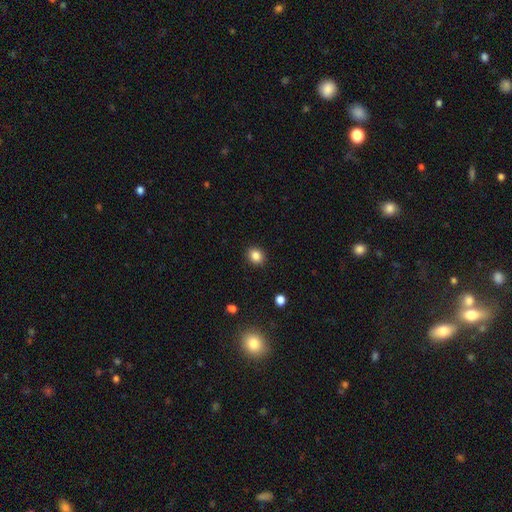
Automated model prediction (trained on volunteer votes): This is clearly a smooth galaxy (85%). How rounded: likely round (65%). Merging: clearly none (90%).